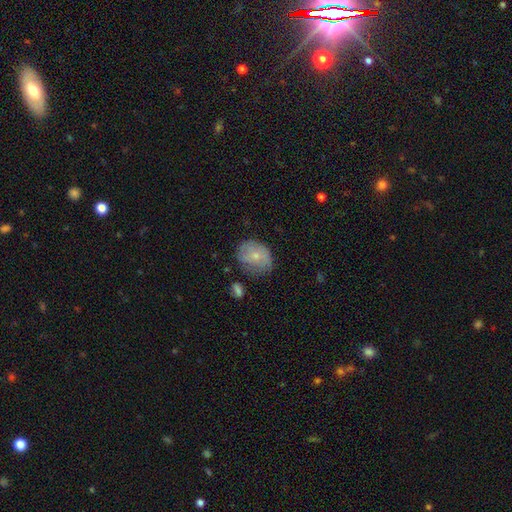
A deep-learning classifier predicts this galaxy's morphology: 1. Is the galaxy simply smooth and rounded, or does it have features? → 63% smooth, 29% featured or disk, 8% star or artifact.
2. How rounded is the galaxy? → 55% round, 44% in between, 1% cigar-shaped.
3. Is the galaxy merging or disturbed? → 56% none, 30% minor disturbance, 11% major disturbance, 4% merger.